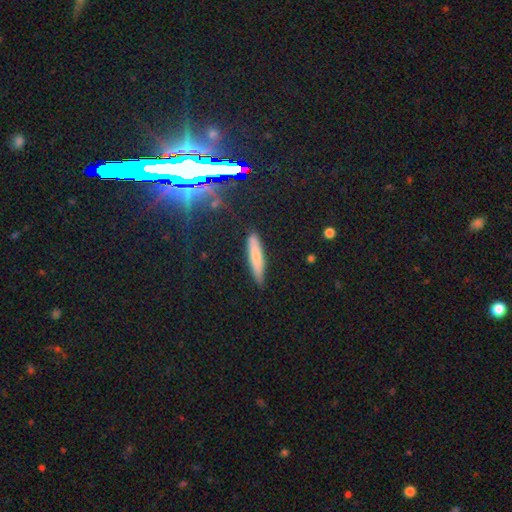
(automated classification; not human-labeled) Smooth or featured? Predicted: smooth (p=0.66). How rounded? Predicted: cigar-shaped (p=0.89). Merging? Predicted: none (p=0.86).